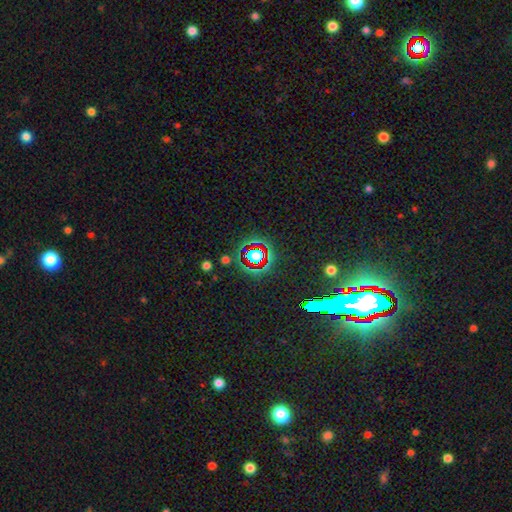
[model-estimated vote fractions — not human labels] Overall: star or artifact (67%).